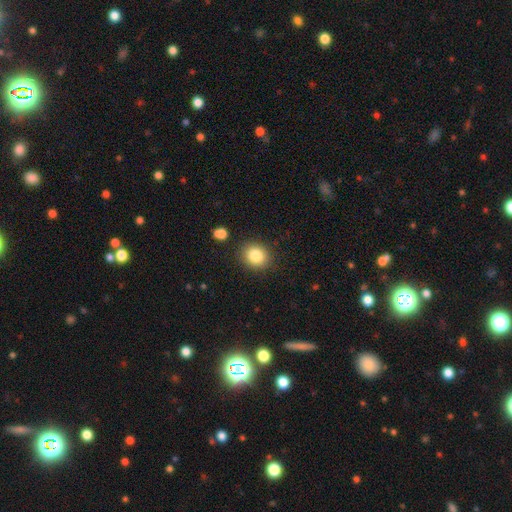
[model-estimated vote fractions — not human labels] A smooth galaxy with no disk features (84%) that is round (72%).

Vote fractions:
- Smooth or featured? smooth: 84% / star or artifact: 10% / featured or disk: 6%
- How rounded? round: 72% / in between: 27% / cigar-shaped: 1%
- Merging? none: 86% / minor disturbance: 8% / major disturbance: 3% / merger: 3%